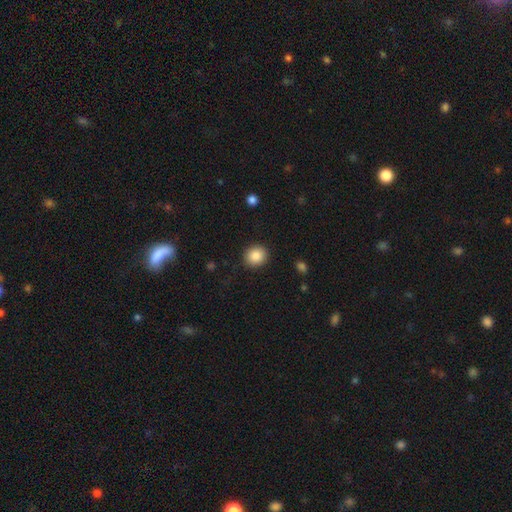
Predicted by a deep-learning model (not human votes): Overall: smooth (86%). How rounded: round (84%). Merging: none (90%).